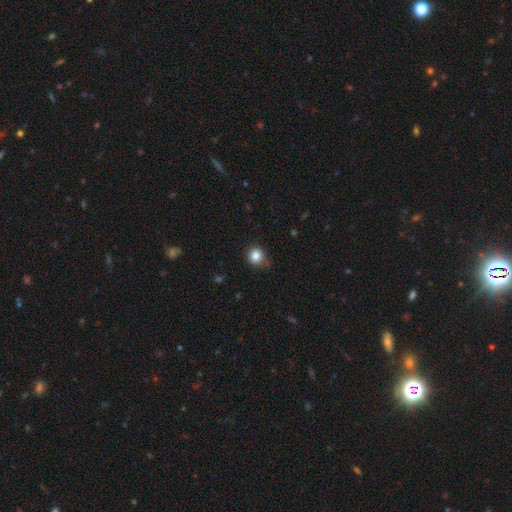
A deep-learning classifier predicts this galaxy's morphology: smooth_or_featured: smooth (p=0.85) [alt: star or artifact p=0.11]
how_rounded: round (p=0.88) [alt: in between p=0.11]
merging: none (p=0.77) [alt: minor disturbance p=0.18]